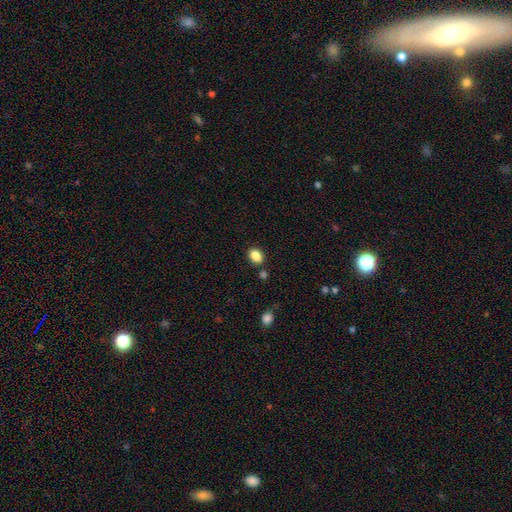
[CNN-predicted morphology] Overall: smooth (87%). How rounded: in between (72%). Merging: none (81%).